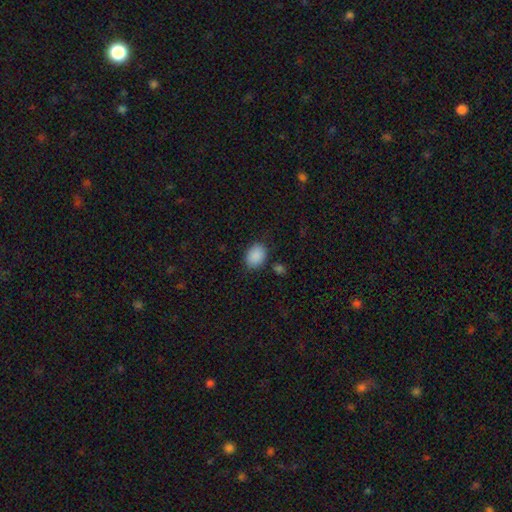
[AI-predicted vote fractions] Smooth or featured: smooth — 89% (star or artifact — 8%)
How rounded: in between — 69% (round — 30%)
Merging: none — 79% (minor disturbance — 13%)